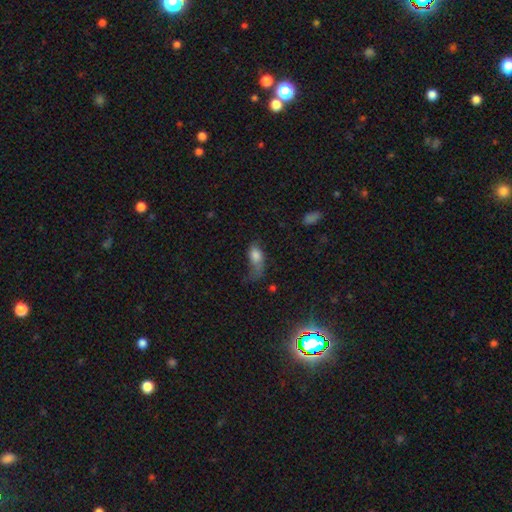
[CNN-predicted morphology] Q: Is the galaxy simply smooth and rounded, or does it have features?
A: smooth — 68%.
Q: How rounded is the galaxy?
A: in between — 83%.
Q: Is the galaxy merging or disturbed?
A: major disturbance — 50%.